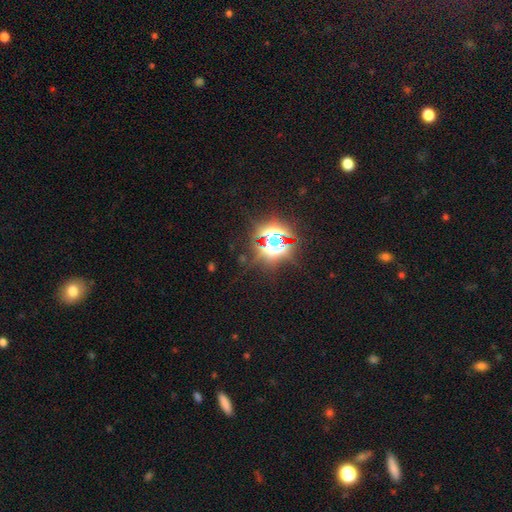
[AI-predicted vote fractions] This appears to be a star or artifact, not a galaxy (82%).